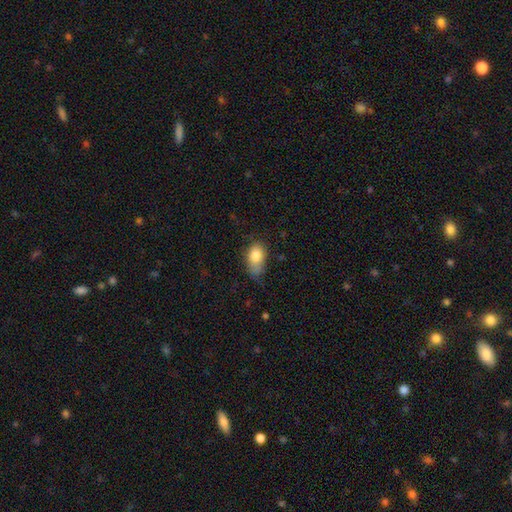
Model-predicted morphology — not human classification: A smooth galaxy with no disk features (81%) that is in between round and cigar-shaped (87%). Merging: none (42%).